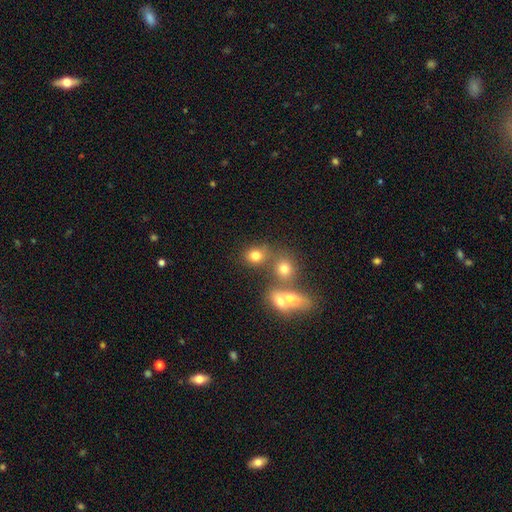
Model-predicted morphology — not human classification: smooth 76%, star or artifact 14%, featured or disk 10%. Down the decision tree: how rounded — round (70%); merging — none (59%).